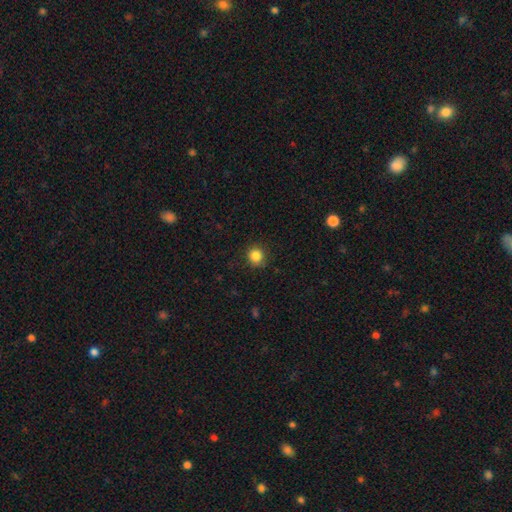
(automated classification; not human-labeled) The model was most divided on "smooth or featured": smooth: 85%, star or artifact: 11%, featured or disk: 4%. More confident: how rounded — round (90%); merging — none (85%).